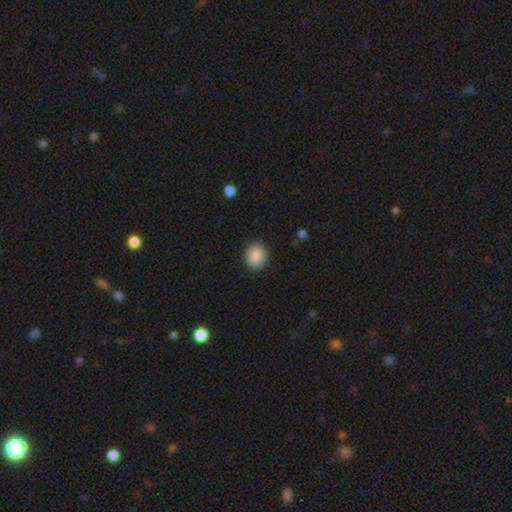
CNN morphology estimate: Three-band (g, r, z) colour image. It shows a smooth galaxy with no disk features (89%) that is round (70%). Merging: none (89%).